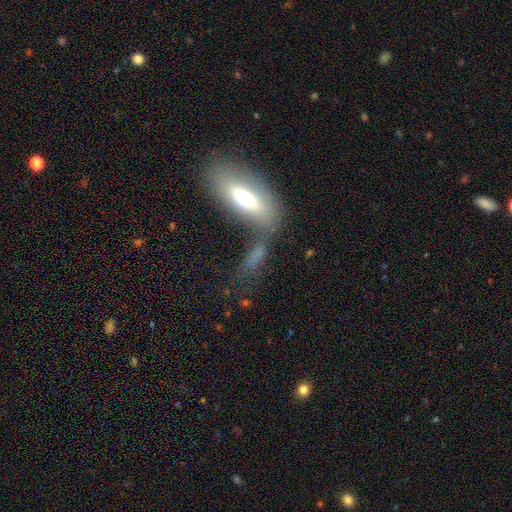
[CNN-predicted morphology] Q: Smooth or featured?
A: smooth (59%); runner-up: featured or disk (28%)
Q: How rounded?
A: in between (62%); runner-up: cigar-shaped (32%)
Q: Merging?
A: none (42%); runner-up: merger (27%)